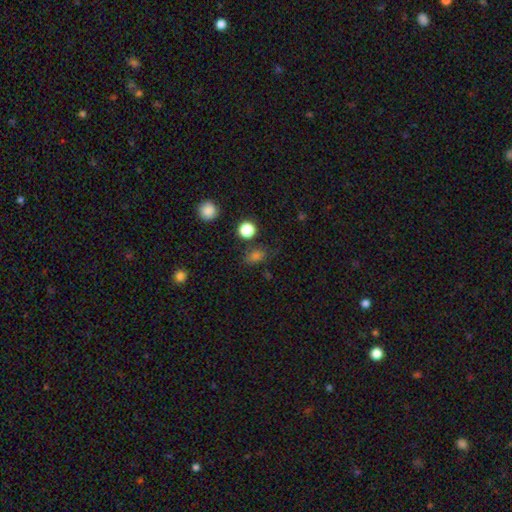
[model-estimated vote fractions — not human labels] A smooth galaxy with no disk features (76%) that is in between round and cigar-shaped (61%).

Vote fractions:
- Smooth or featured? smooth: 76% / star or artifact: 18% / featured or disk: 6%
- How rounded? in between: 61% / round: 36% / cigar-shaped: 2%
- Merging? none: 75% / minor disturbance: 16% / major disturbance: 5% / merger: 4%